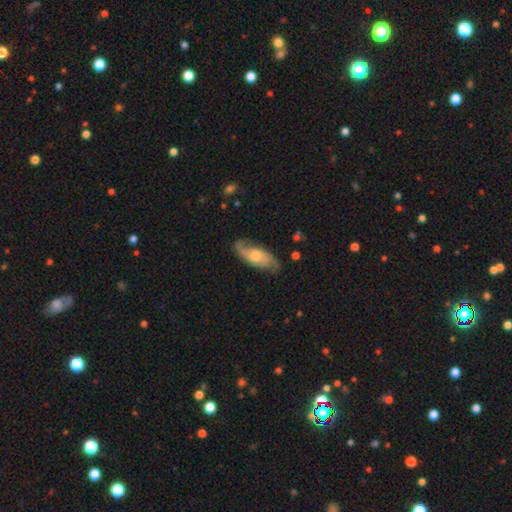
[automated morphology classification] Q: Smooth or featured?
A: featured or disk (75%); runner-up: smooth (20%)
Q: Edge-on disk?
A: no (91%); runner-up: yes (9%)
Q: Bar?
A: no (61%); runner-up: weak (33%)
Q: Spiral arms?
A: yes (94%); runner-up: no (6%)
Q: Spiral winding?
A: medium (44%); runner-up: loose (41%)
Q: Spiral arm count?
A: 2 (87%); runner-up: can't tell (6%)
Q: Bulge size?
A: moderate (51%); runner-up: small (27%)
Q: Merging?
A: none (76%); runner-up: minor disturbance (16%)